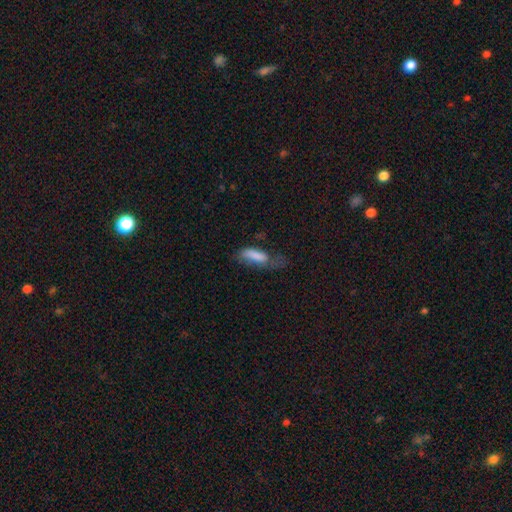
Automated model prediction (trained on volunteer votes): smooth_or_featured: smooth (p=0.77) [alt: featured or disk p=0.15]
how_rounded: in between (p=0.64) [alt: cigar-shaped p=0.34]
merging: major disturbance (p=0.36) [alt: minor disturbance p=0.30]